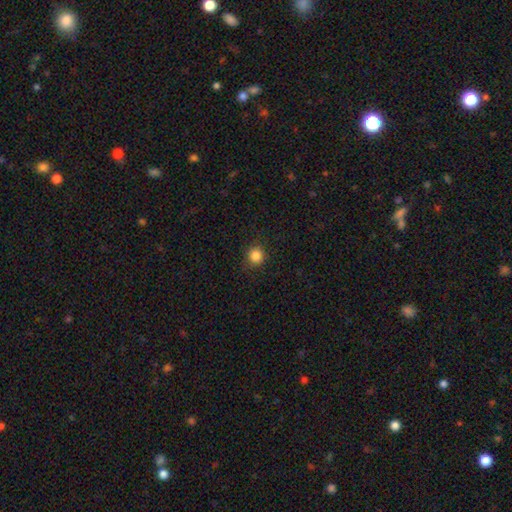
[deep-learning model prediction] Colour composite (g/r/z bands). It shows a smooth galaxy with no disk features (84%) that is round (92%). Merging: none (89%).